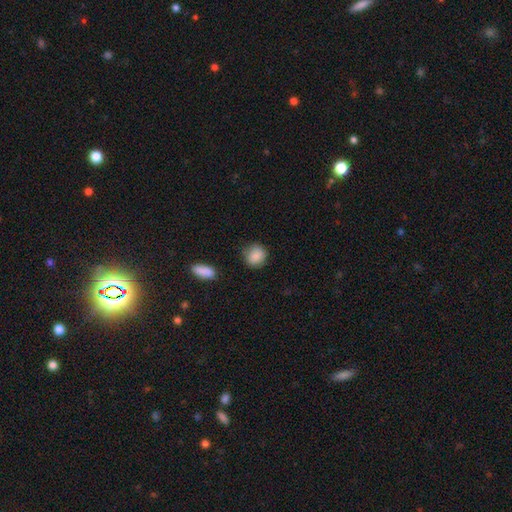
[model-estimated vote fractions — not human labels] Smooth or featured: smooth — 88% (star or artifact — 8%)
How rounded: round — 80% (in between — 19%)
Merging: none — 82% (minor disturbance — 13%)